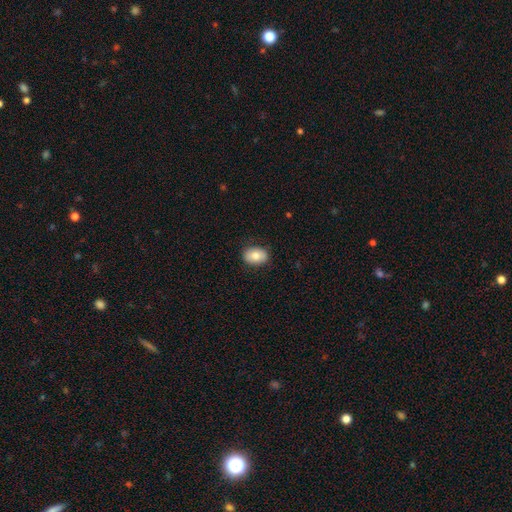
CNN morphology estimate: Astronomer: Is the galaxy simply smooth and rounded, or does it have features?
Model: smooth — 79%.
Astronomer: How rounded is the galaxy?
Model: in between — 78%.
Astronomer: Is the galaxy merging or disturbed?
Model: none — 84%.